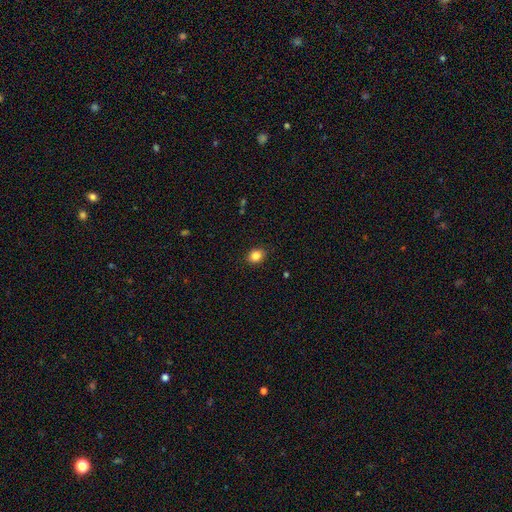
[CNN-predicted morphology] Smooth or featured? smooth (85%)
How rounded? round (57%)
Merging? none (88%)